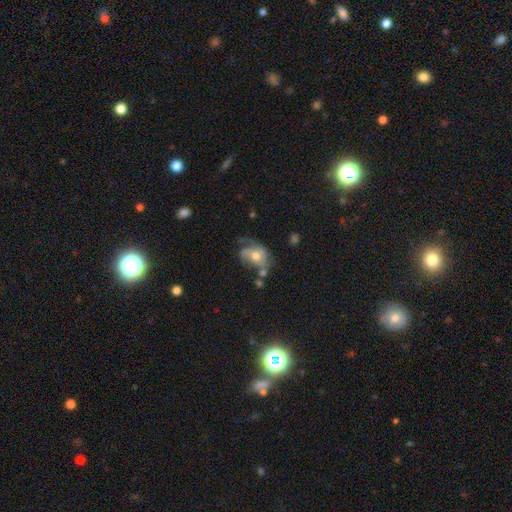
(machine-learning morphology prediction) smooth_or_featured: featured or disk (p=0.61) [alt: smooth p=0.31]
disk_edge_on: no (p=0.96) [alt: yes p=0.04]
bar: no (p=0.73) [alt: weak p=0.22]
has_spiral_arms: yes (p=0.78) [alt: no p=0.22]
bulge_size: moderate (p=0.72) [alt: small p=0.17]
merging: none (p=0.37) [alt: minor disturbance p=0.27]